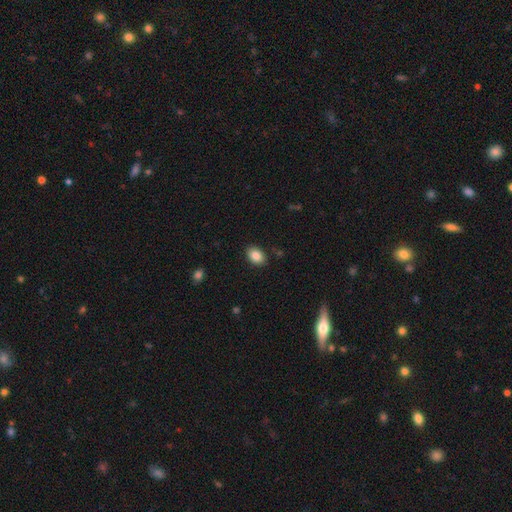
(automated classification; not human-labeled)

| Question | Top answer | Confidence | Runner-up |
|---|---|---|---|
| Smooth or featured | smooth | 86% | star or artifact (8%) |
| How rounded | in between | 79% | round (20%) |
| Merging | none | 88% | minor disturbance (8%) |